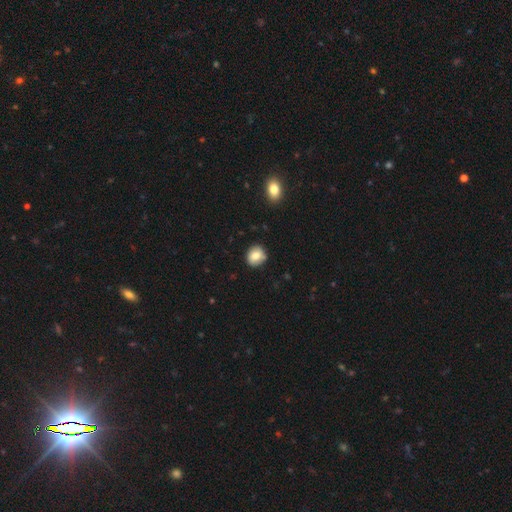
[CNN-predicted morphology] smooth 79%, featured or disk 12%, star or artifact 9%. Down the decision tree: how rounded — round (77%); merging — none (81%).